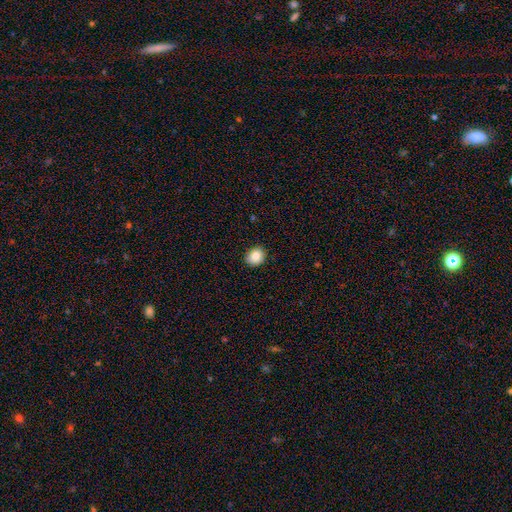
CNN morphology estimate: A smooth galaxy with no disk features (84%) that is round (69%).

Vote fractions:
- Smooth or featured? smooth: 84% / star or artifact: 9% / featured or disk: 6%
- How rounded? round: 69% / in between: 30% / cigar-shaped: 1%
- Merging? none: 89% / minor disturbance: 9% / major disturbance: 2% / merger: 1%